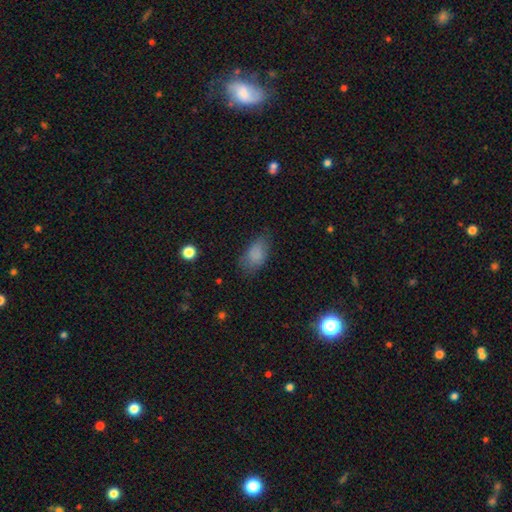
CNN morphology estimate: A smooth galaxy with no disk features (82%) that is in between round and cigar-shaped (90%).

Vote fractions:
- Smooth or featured? smooth: 82% / star or artifact: 10% / featured or disk: 8%
- How rounded? in between: 90% / round: 7% / cigar-shaped: 3%
- Merging? none: 65% / minor disturbance: 24% / major disturbance: 9% / merger: 1%